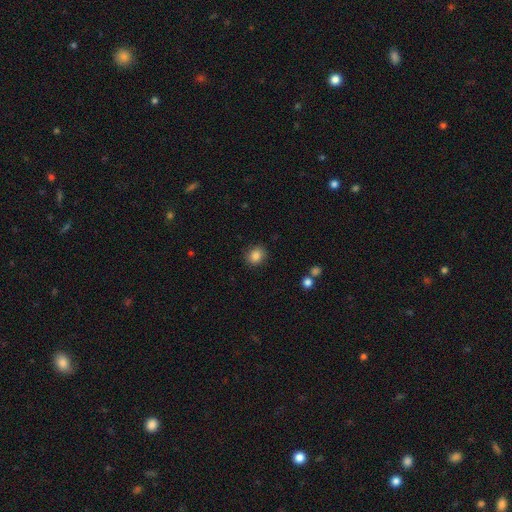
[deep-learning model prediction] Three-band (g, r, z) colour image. It shows a smooth galaxy with no disk features (85%) that is round (74%). Merging: none (88%).